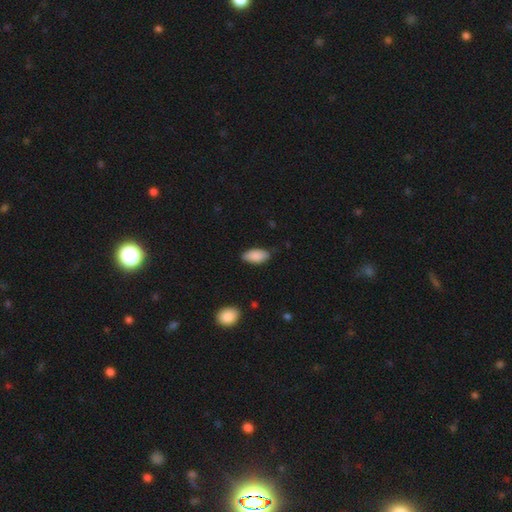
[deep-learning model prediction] Overall: smooth (88%). How rounded: in between (92%). Merging: none (78%).